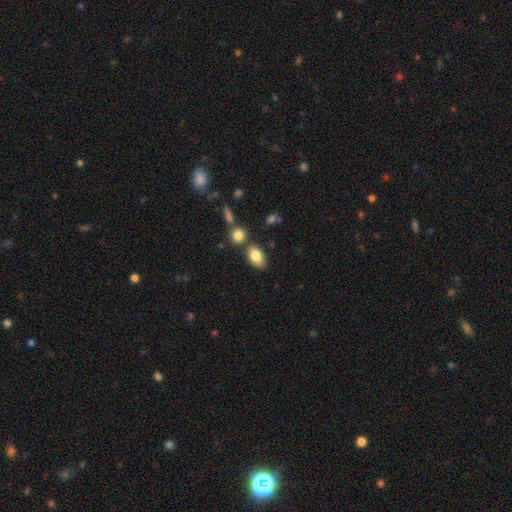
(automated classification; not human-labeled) smooth 83%, featured or disk 9%, star or artifact 8%. Down the decision tree: how rounded — in between (89%); merging — none (69%).